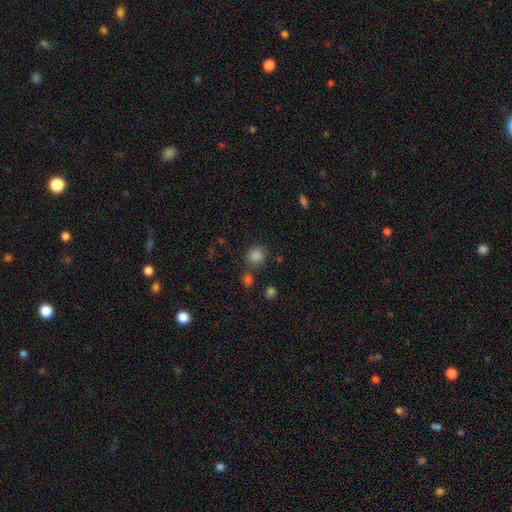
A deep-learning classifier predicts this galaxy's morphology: smooth-or-featured: smooth: 83% | star or artifact: 13% | featured or disk: 4%
  how-rounded: round: 85% | in between: 15% | cigar-shaped: 1%
  merging: none: 76% | minor disturbance: 11% | merger: 9% | major disturbance: 4%